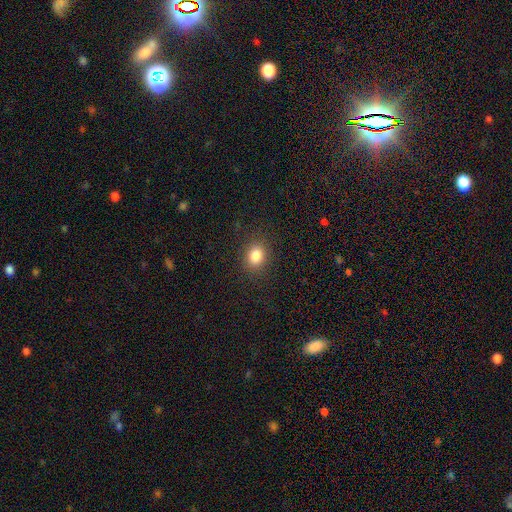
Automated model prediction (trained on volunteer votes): smooth_or_featured: smooth (p=0.84) [alt: star or artifact p=0.11]
how_rounded: in between (p=0.52) [alt: round p=0.47]
merging: none (p=0.87) [alt: minor disturbance p=0.09]